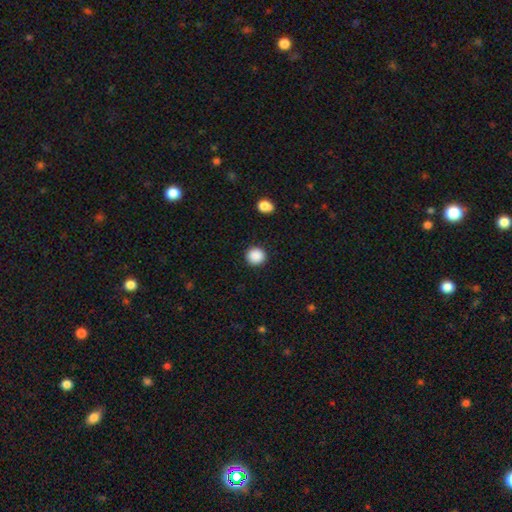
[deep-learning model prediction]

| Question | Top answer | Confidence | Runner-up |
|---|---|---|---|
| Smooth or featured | smooth | 89% | star or artifact (8%) |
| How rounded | round | 92% | in between (7%) |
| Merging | none | 91% | minor disturbance (5%) |